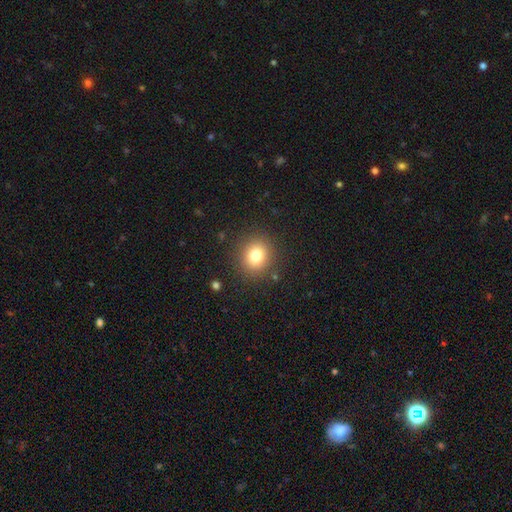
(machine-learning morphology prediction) This appears to be a smooth galaxy with no disk features (79%) that is round (78%). Merging: none (87%).